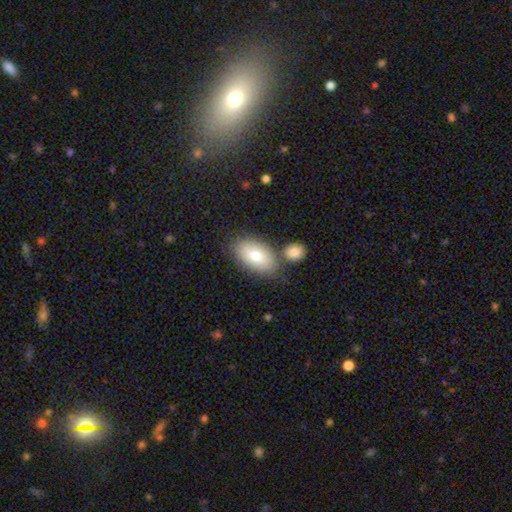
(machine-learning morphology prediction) Smooth or featured? Predicted: smooth (p=0.78). How rounded? Predicted: in between (p=0.93). Merging? Predicted: none (p=0.69).